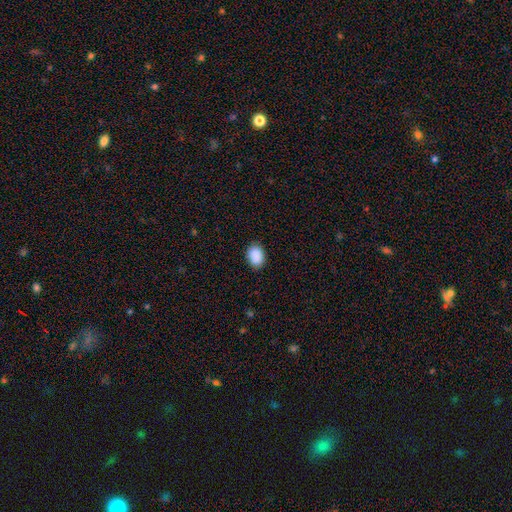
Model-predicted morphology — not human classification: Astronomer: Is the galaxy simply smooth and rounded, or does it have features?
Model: smooth — 90%.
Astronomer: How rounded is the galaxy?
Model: in between — 74%.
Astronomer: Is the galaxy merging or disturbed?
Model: none — 86%.